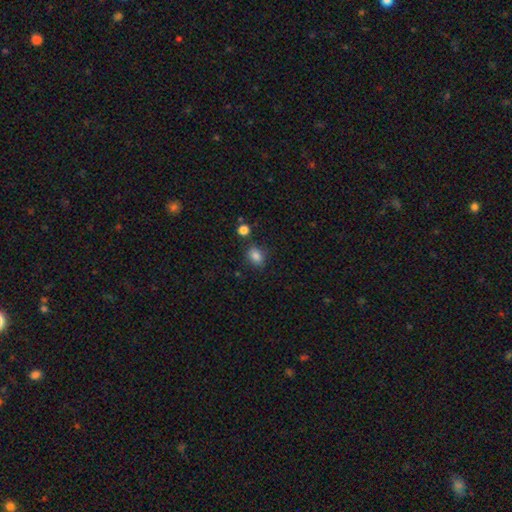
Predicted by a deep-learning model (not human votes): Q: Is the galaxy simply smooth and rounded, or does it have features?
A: smooth — 84%.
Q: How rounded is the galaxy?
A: in between — 67%.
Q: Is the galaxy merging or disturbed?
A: none — 76%.